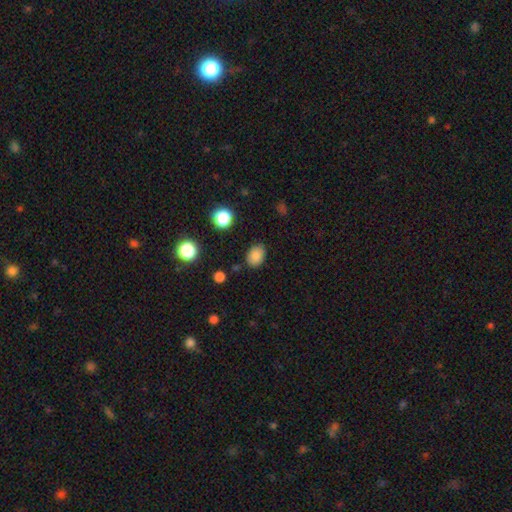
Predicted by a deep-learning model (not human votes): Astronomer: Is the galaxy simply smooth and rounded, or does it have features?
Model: smooth — 82%.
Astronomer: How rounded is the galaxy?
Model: in between — 67%.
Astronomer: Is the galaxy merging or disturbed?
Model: none — 82%.